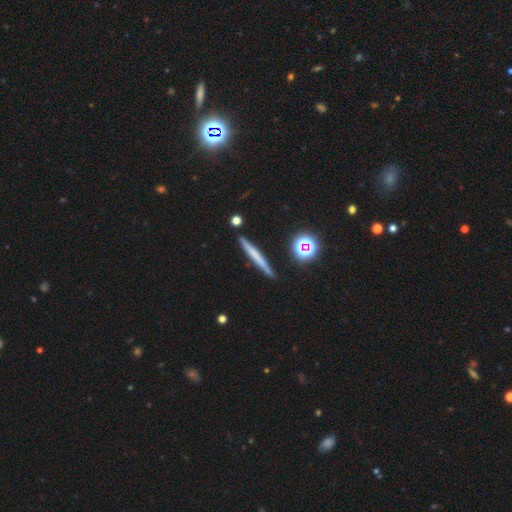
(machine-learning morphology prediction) smooth 51%, featured or disk 38%, star or artifact 11%. Down the decision tree: how rounded — cigar-shaped (94%); merging — none (87%).